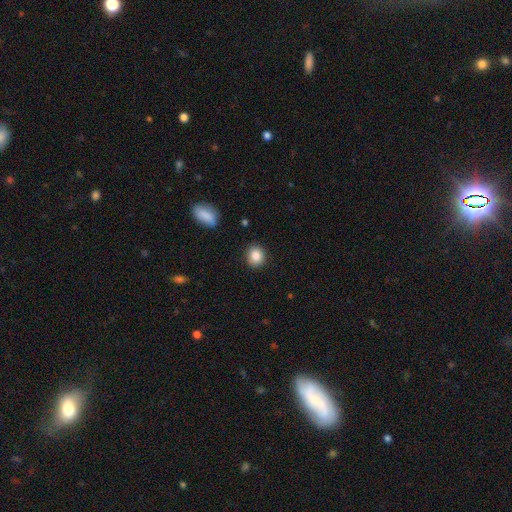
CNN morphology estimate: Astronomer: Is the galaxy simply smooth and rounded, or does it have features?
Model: smooth — 86%.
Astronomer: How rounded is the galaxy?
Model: round — 73%.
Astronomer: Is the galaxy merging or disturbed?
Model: none — 88%.